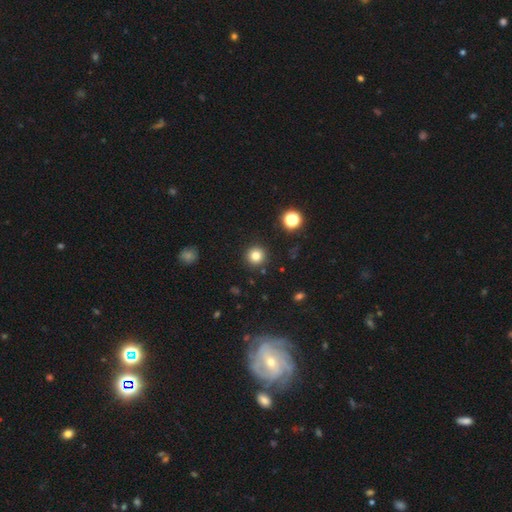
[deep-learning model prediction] Q: Smooth or featured?
A: smooth (80%); runner-up: star or artifact (13%)
Q: How rounded?
A: round (95%); runner-up: in between (4%)
Q: Merging?
A: none (91%); runner-up: minor disturbance (5%)